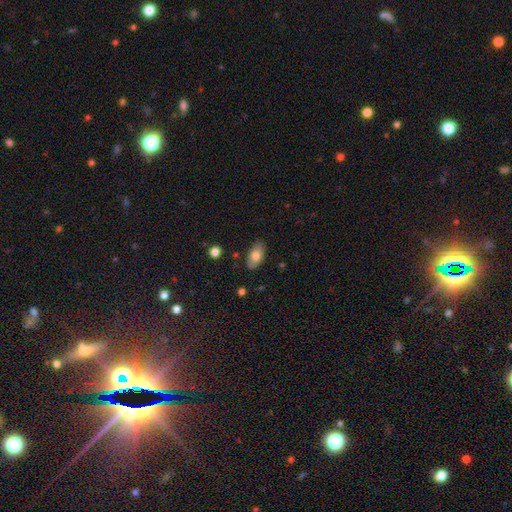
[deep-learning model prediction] This is likely a smooth galaxy (72%). How rounded: clearly in between (93%). Merging: clearly none (82%).